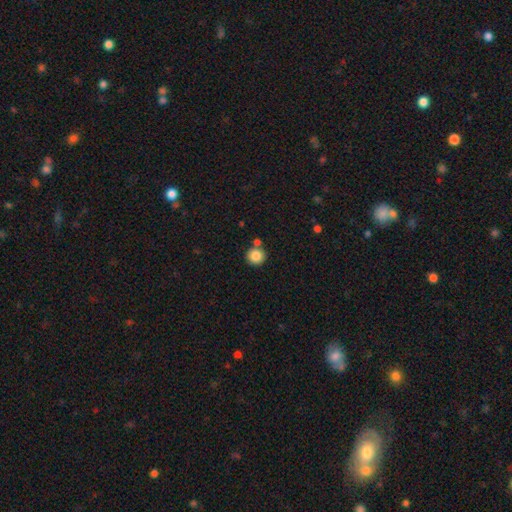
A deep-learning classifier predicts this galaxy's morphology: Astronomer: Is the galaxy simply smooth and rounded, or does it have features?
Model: smooth — 86%.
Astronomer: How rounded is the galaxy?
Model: round — 93%.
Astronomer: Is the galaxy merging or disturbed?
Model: none — 75%.